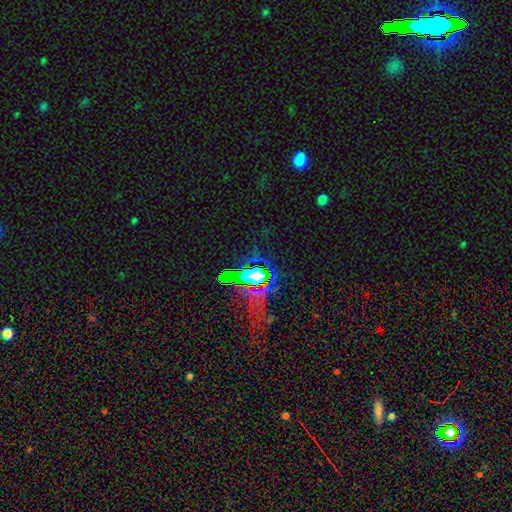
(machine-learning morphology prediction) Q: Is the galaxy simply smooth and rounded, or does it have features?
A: star or artifact — 78%.